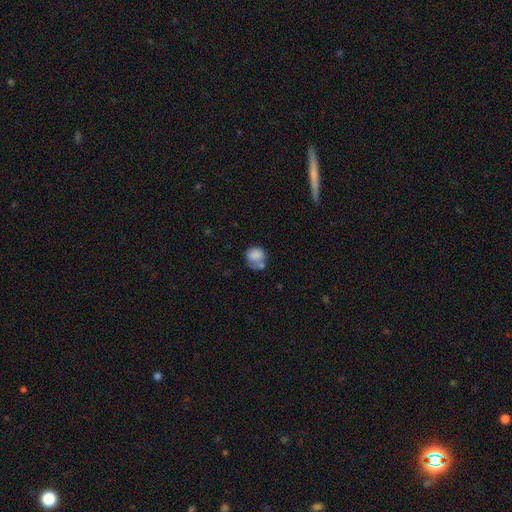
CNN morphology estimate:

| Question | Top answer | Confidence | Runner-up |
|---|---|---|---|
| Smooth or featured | smooth | 81% | featured or disk (11%) |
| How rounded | round | 77% | in between (22%) |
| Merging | none | 42% | minor disturbance (23%) |